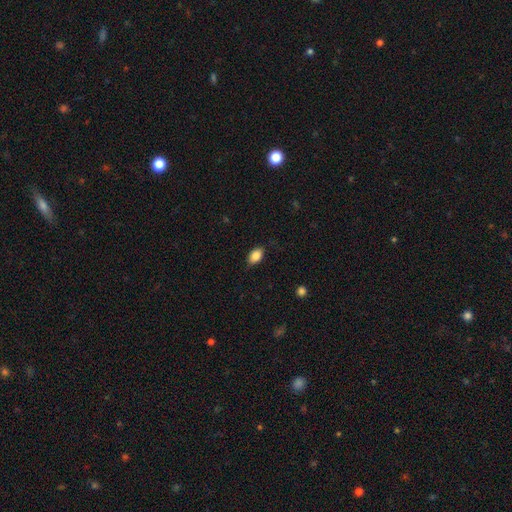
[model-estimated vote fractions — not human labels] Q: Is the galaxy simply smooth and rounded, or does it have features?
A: smooth — 85%.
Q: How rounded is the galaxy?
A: in between — 89%.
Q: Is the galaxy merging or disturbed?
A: none — 81%.